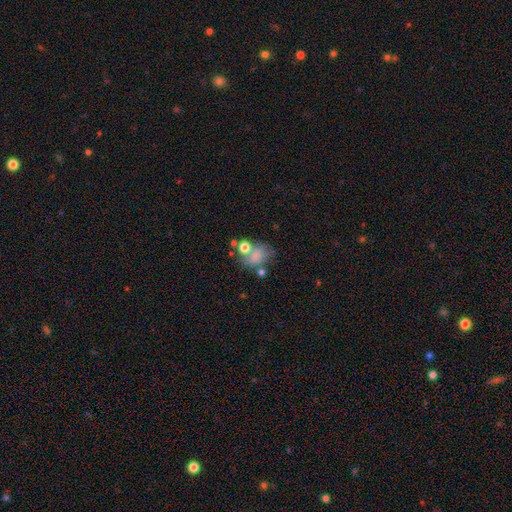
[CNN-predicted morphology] Smooth or featured? Predicted: smooth (p=0.68). How rounded? Predicted: in between (p=0.65). Merging? Predicted: none (p=0.35).